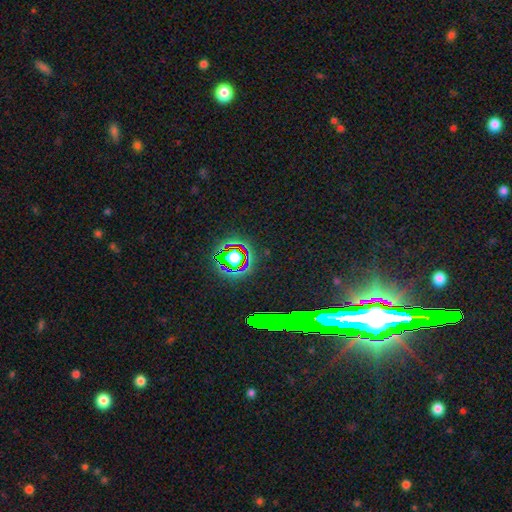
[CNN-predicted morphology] type=star or artifact (79%).